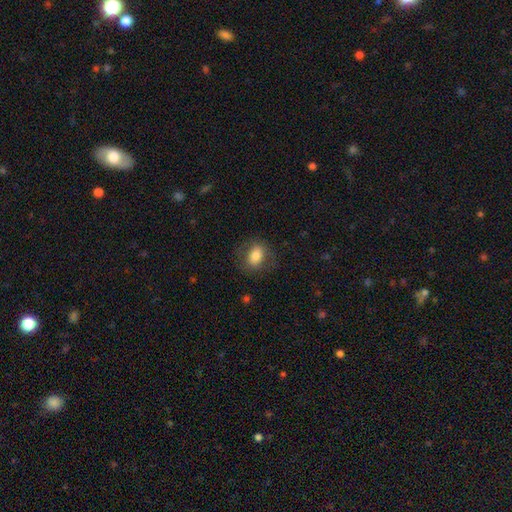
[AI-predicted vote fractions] A smooth galaxy with no disk features (77%) that is in between round and cigar-shaped (70%). Merging: none (77%).